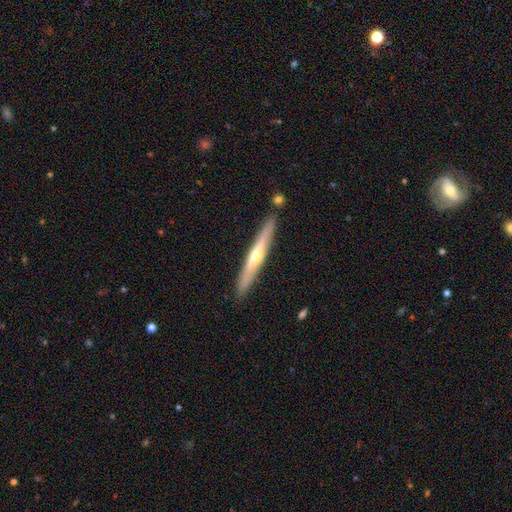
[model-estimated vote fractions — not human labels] Smooth or featured: featured or disk — 66% (smooth — 28%)
Edge-on disk: yes — 95% (no — 5%)
Edge-on bulge: rounded — 77% (none — 19%)
Merging: none — 88% (minor disturbance — 8%)